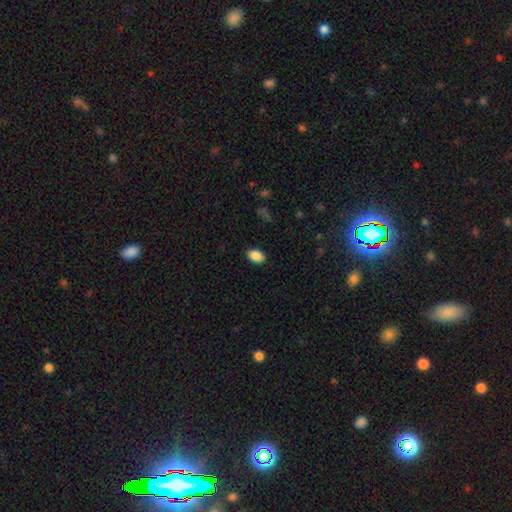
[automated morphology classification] A smooth galaxy with no disk features (89%) that is in between round and cigar-shaped (89%). Merging: none (89%).